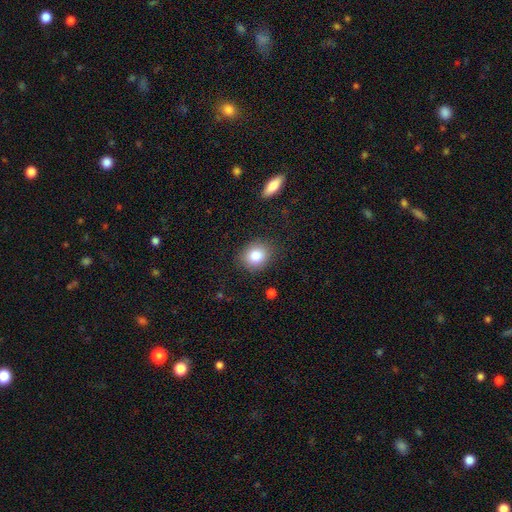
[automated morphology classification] smooth 83%, star or artifact 9%, featured or disk 7%. Down the decision tree: how rounded — round (68%); merging — none (85%).